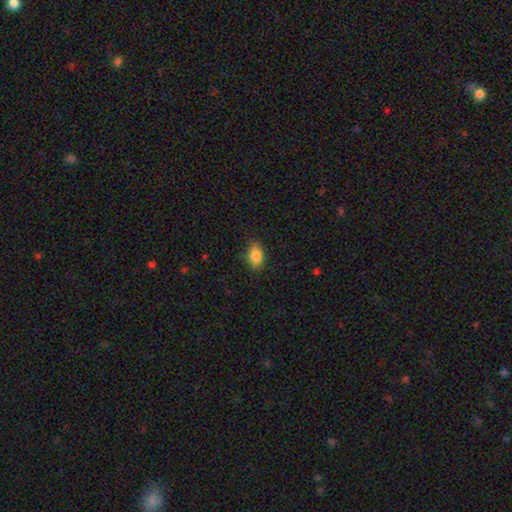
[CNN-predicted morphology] smooth_or_featured: smooth (p=0.86) [alt: star or artifact p=0.08]
how_rounded: in between (p=0.87) [alt: round p=0.10]
merging: none (p=0.83) [alt: minor disturbance p=0.13]